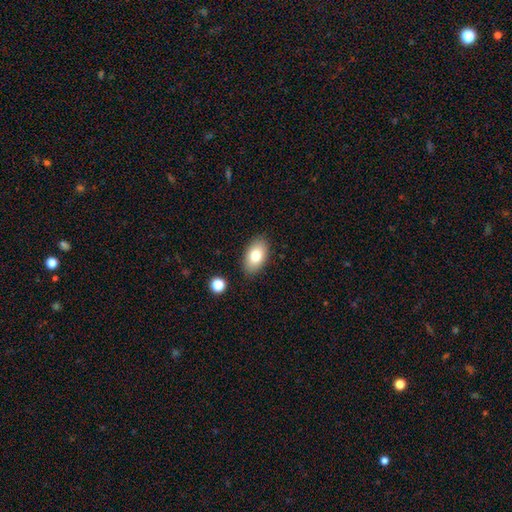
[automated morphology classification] Smooth or featured? Predicted: smooth (p=0.78). How rounded? Predicted: in between (p=0.92). Merging? Predicted: none (p=0.87).